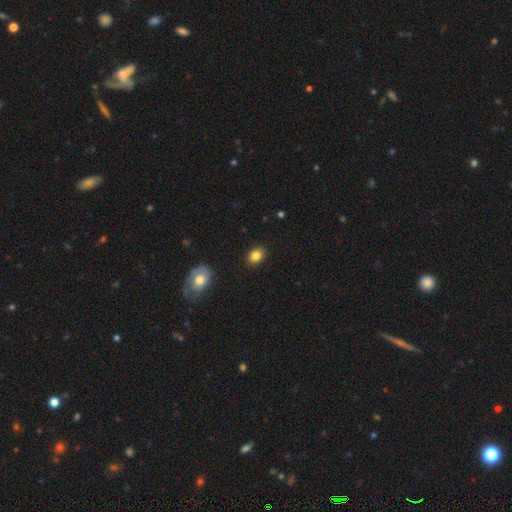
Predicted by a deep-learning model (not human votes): Smooth or featured: smooth — 85% (star or artifact — 10%)
How rounded: in between — 55% (round — 44%)
Merging: none — 88% (minor disturbance — 8%)